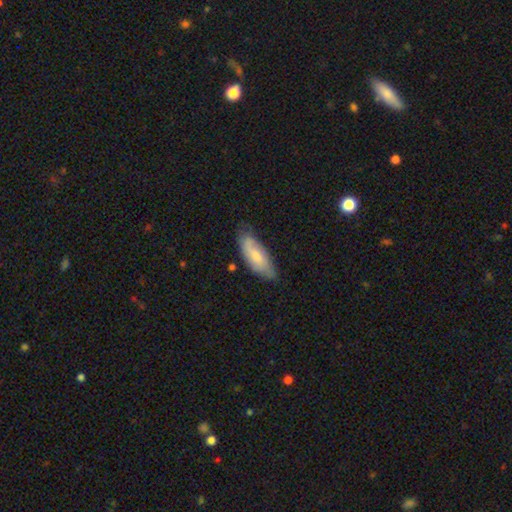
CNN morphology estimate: The model was most divided on "merging": none: 63%, minor disturbance: 29%, major disturbance: 6%, merger: 2%. More confident: how rounded — in between (72%); smooth or featured — smooth (68%).